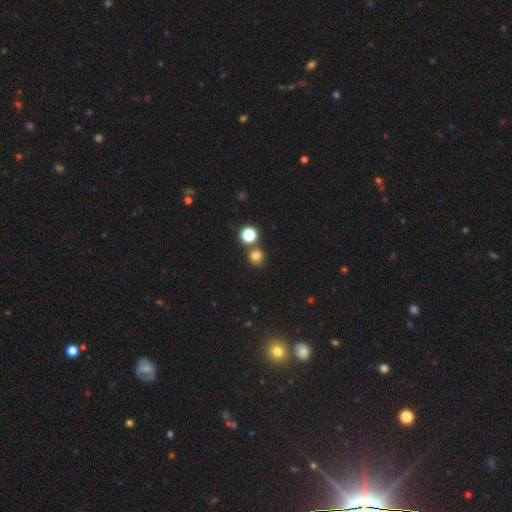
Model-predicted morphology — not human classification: Smooth or featured? smooth (77%)
How rounded? round (86%)
Merging? none (73%)